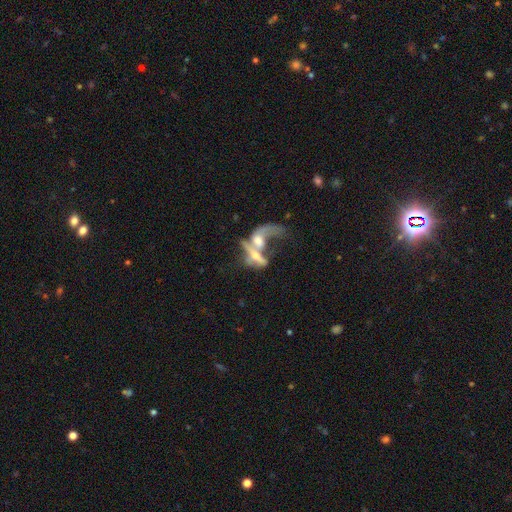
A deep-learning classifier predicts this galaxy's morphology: Smooth or featured: featured or disk — 60% (smooth — 30%)
Edge-on disk: no — 72% (yes — 28%)
Merging: merger — 69% (major disturbance — 15%)